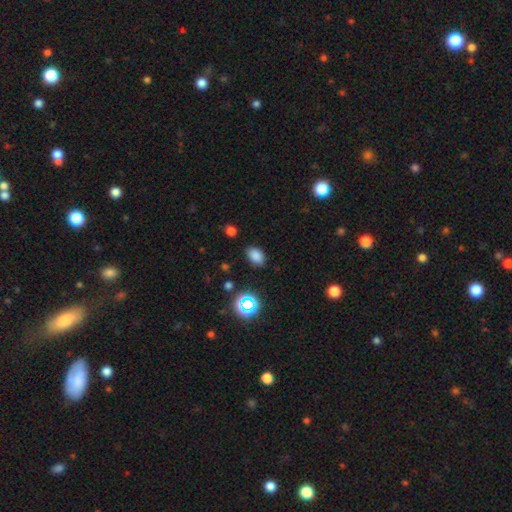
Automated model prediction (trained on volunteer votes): This is likely a smooth galaxy (79%). How rounded: clearly in between (85%). Merging: clearly none (83%).